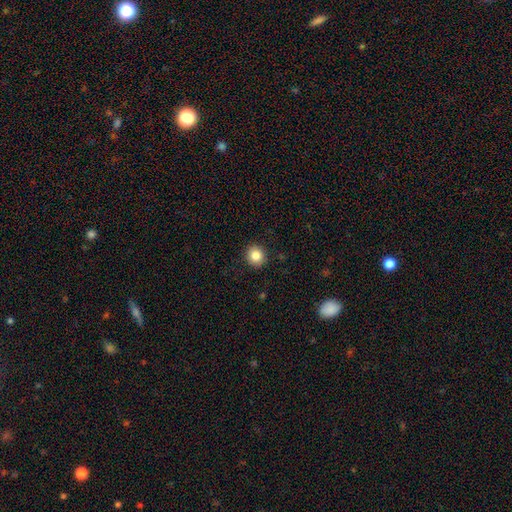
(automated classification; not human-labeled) smooth 84%, star or artifact 10%, featured or disk 6%. Down the decision tree: how rounded — round (87%); merging — none (91%).